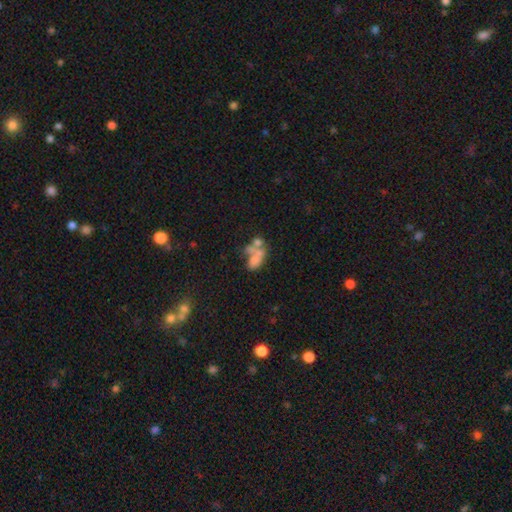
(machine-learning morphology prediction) The model was most divided on "smooth or featured": smooth: 49%, featured or disk: 36%, star or artifact: 15%. More confident: merging — merger (54%).